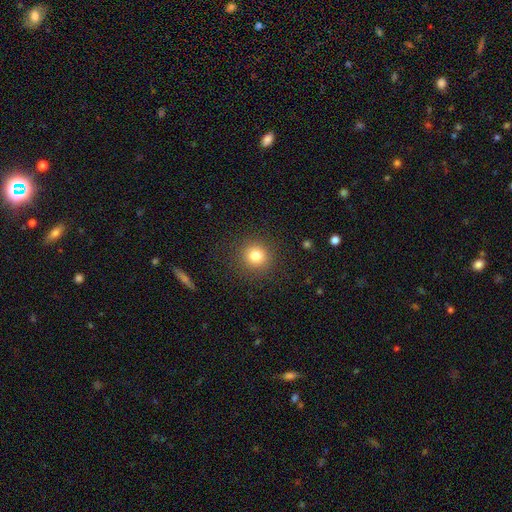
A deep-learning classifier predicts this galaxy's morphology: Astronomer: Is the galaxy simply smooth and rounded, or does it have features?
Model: smooth — 81%.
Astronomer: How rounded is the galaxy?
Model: round — 93%.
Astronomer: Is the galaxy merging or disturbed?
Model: none — 89%.